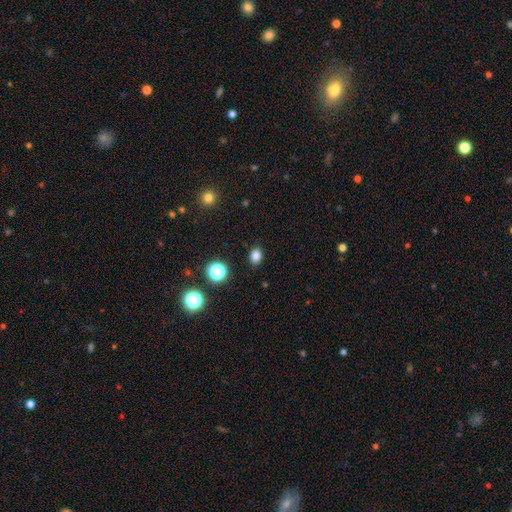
Smooth or featured?
  - smooth: 85% *
  - star or artifact: 10%
  - featured or disk: 5%
How rounded?
  - in between: 76% *
  - round: 24%
  - cigar-shaped: 0%
Merging?
  - none: 94% *
  - minor disturbance: 6%
  - major disturbance: 0%
  - merger: 0%